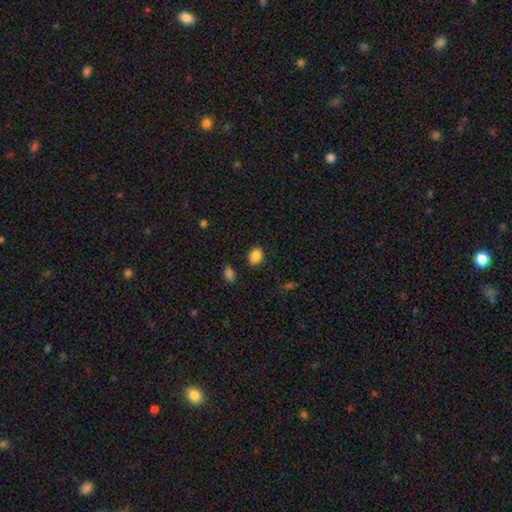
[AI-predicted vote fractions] smooth 87%, star or artifact 9%, featured or disk 4%. Down the decision tree: how rounded — in between (73%); merging — none (84%).